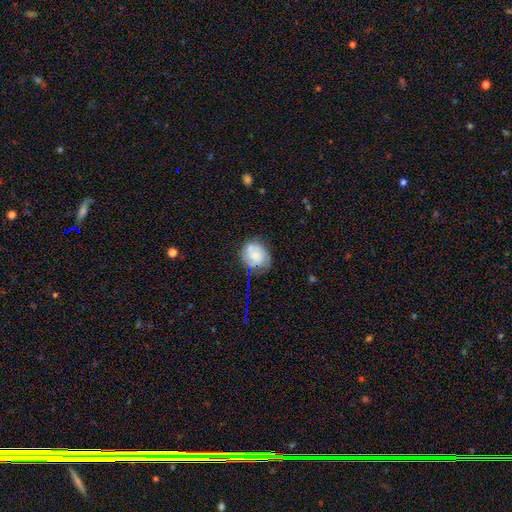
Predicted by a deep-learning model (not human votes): A smooth galaxy with no disk features (54%) that is round (57%). Merging: none (52%).